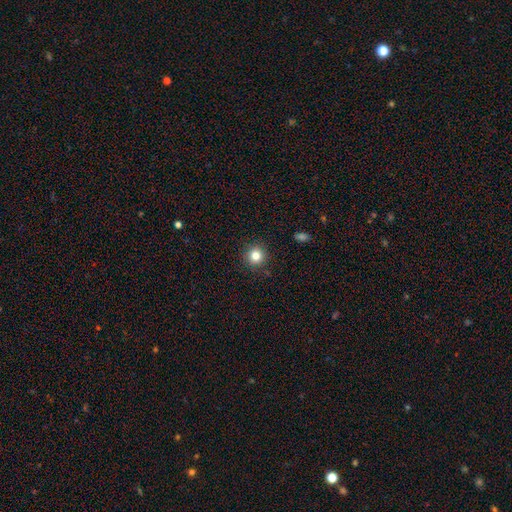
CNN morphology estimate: This is clearly a smooth galaxy (81%). How rounded: clearly round (94%). Merging: clearly none (91%).